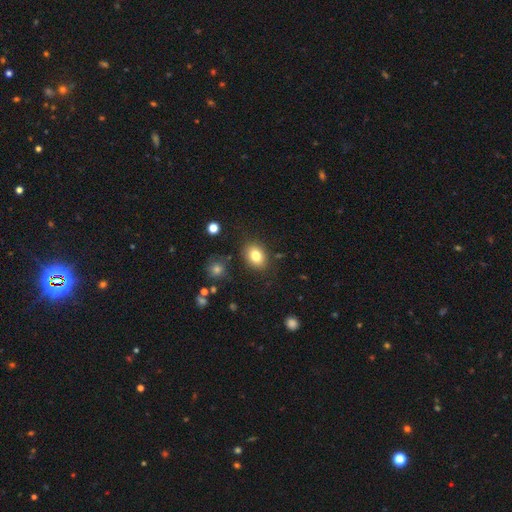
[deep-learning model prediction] smooth-or-featured: smooth: 81% | star or artifact: 10% | featured or disk: 9%
  how-rounded: in between: 61% | round: 38% | cigar-shaped: 1%
  merging: none: 84% | minor disturbance: 10% | major disturbance: 3% | merger: 3%